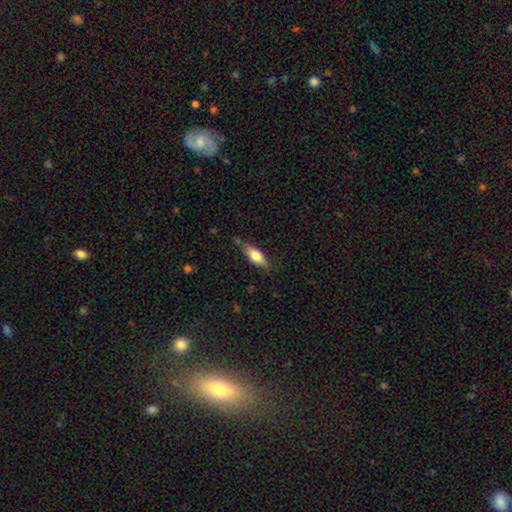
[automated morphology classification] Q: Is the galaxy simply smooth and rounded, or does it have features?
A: smooth — 68%.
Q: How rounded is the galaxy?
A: in between — 71%.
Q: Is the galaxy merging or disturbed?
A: none — 76%.